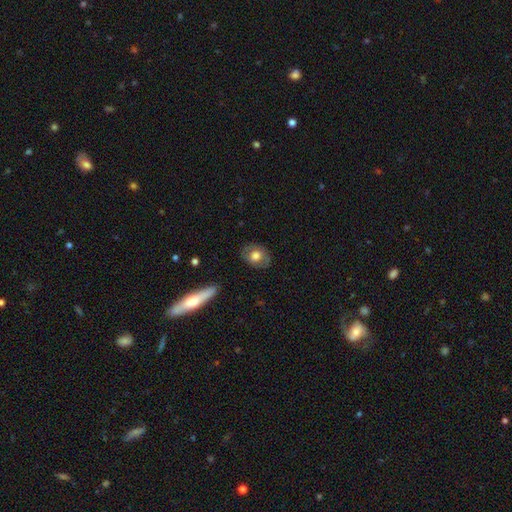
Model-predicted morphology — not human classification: smooth 61%, featured or disk 32%, star or artifact 7%. Down the decision tree: how rounded — in between (54%); merging — none (81%).